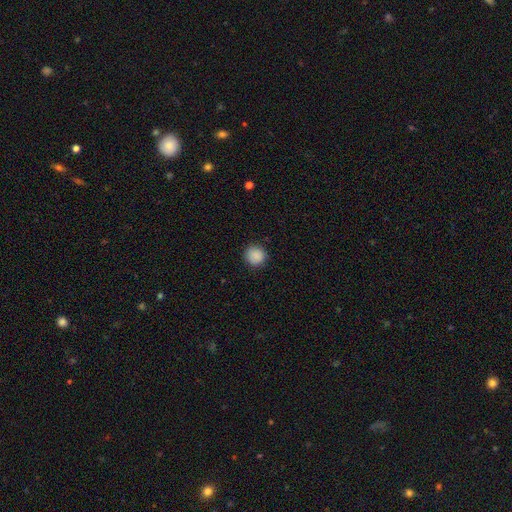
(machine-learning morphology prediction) smooth-or-featured: smooth: 88% | star or artifact: 8% | featured or disk: 4%
  how-rounded: round: 90% | in between: 9% | cigar-shaped: 1%
  merging: none: 88% | minor disturbance: 9% | major disturbance: 2% | merger: 1%